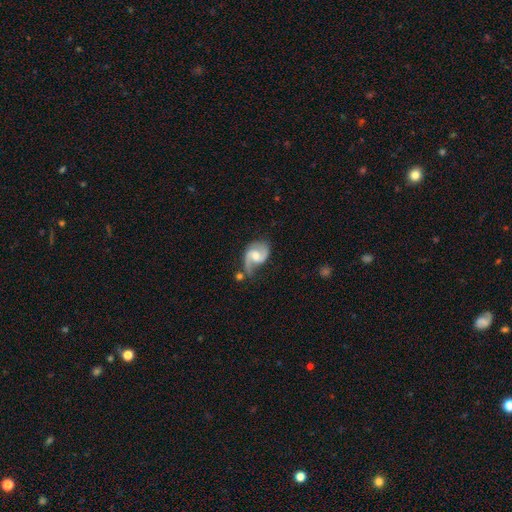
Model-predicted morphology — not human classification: The model was most divided on "spiral winding": medium: 46%, loose: 42%, tight: 12%. More confident: edge-on disk — no (98%); spiral arms — yes (96%); spiral arm count — 2 (86%); smooth or featured — featured or disk (84%); bulge size — moderate (56%); merging — none (51%); bar — weak (51%).